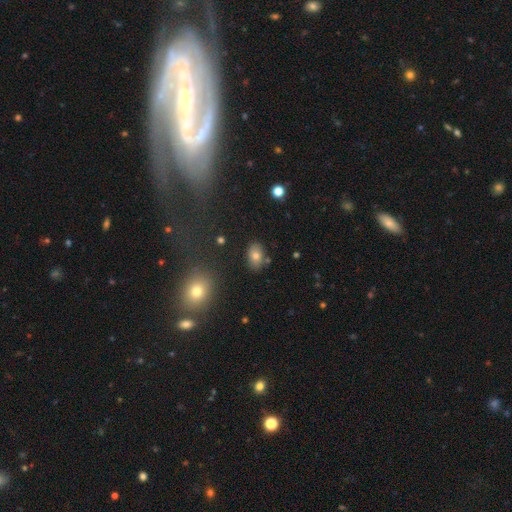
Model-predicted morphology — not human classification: Smooth or featured? Predicted: smooth (p=0.74). How rounded? Predicted: in between (p=0.82). Merging? Predicted: none (p=0.82).